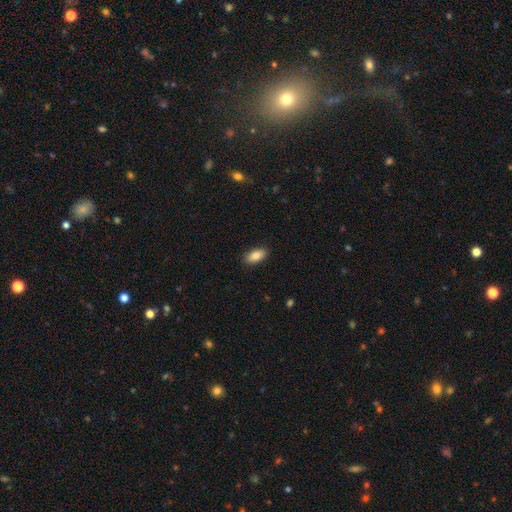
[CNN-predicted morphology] Overall: smooth (87%). How rounded: in between (92%). Merging: none (89%).